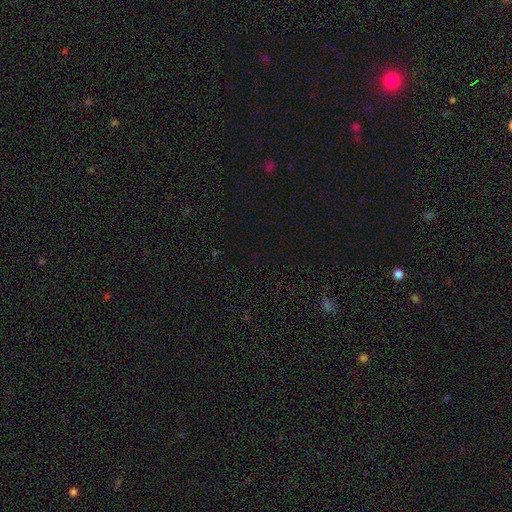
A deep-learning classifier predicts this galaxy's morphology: Smooth or featured? Predicted: star or artifact (p=0.70).